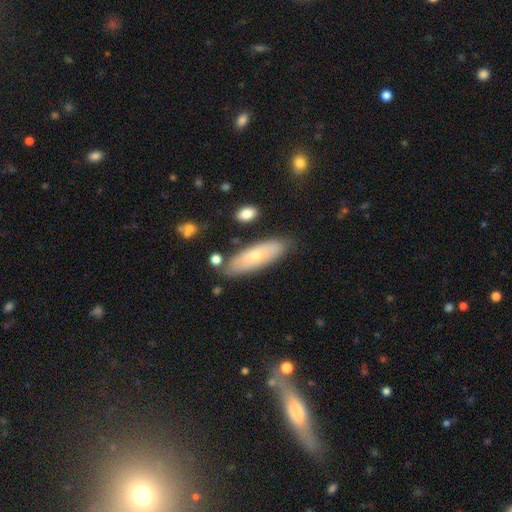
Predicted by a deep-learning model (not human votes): Overall: smooth (61%; featured or disk 32%). How rounded: in between (51%; cigar-shaped 47%). Merging: none (80%).